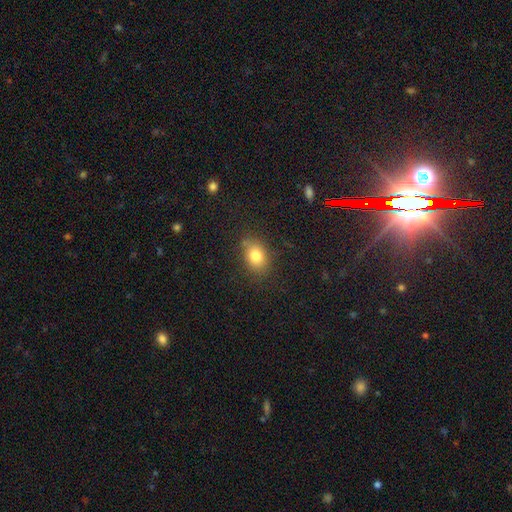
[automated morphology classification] A smooth galaxy with no disk features (79%) that is in between round and cigar-shaped (65%). Merging: none (78%).